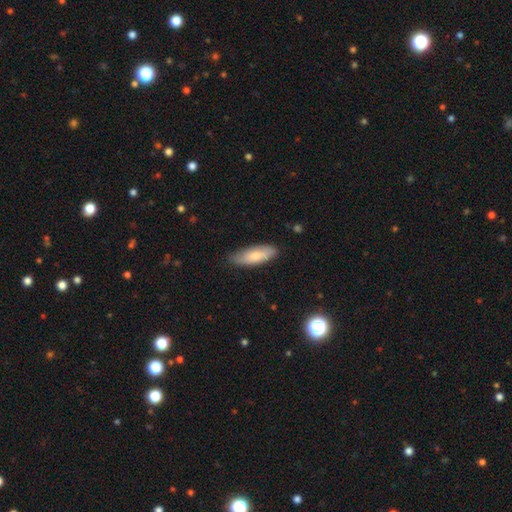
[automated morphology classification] type=smooth (74%); roundness=in between (69%); merging=none (78%).